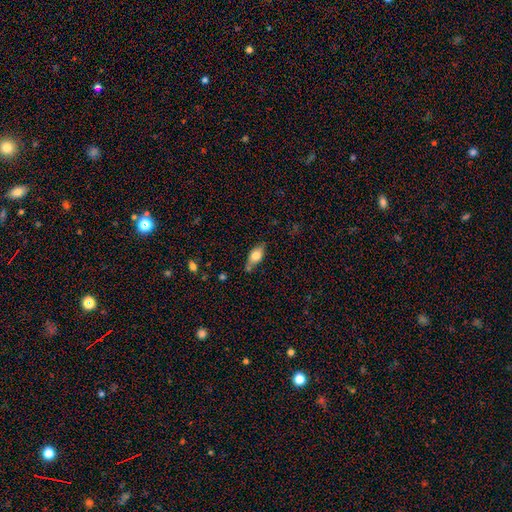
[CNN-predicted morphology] Smooth or featured?
  - smooth: 78% *
  - featured or disk: 15%
  - star or artifact: 7%
How rounded?
  - in between: 87% *
  - cigar-shaped: 8%
  - round: 5%
Merging?
  - none: 60% *
  - minor disturbance: 25%
  - merger: 11%
  - major disturbance: 5%